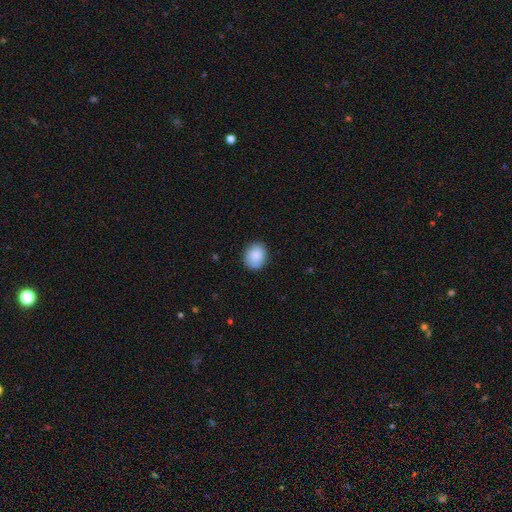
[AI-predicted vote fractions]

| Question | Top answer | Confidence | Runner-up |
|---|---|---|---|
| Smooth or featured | smooth | 88% | star or artifact (7%) |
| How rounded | round | 64% | in between (35%) |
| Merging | none | 87% | minor disturbance (10%) |